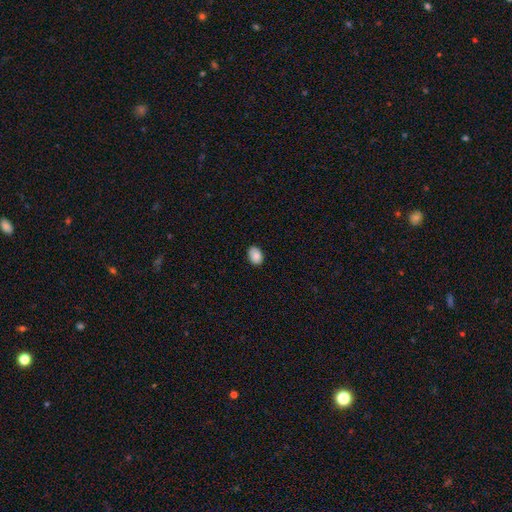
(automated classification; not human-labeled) Q: Smooth or featured?
A: smooth (87%); runner-up: star or artifact (8%)
Q: How rounded?
A: in between (79%); runner-up: round (20%)
Q: Merging?
A: none (84%); runner-up: minor disturbance (13%)